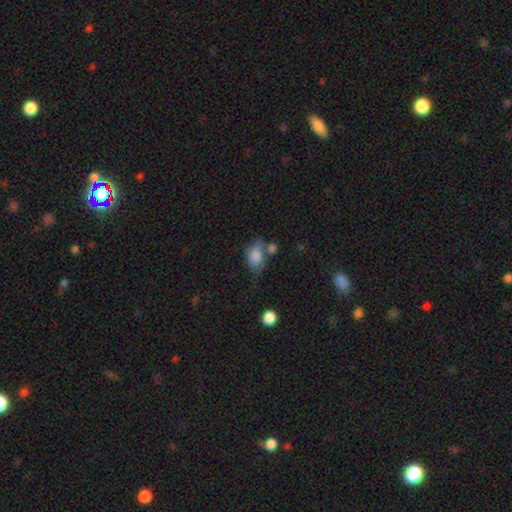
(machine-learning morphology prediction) type=smooth (82%); roundness=in between (81%); merging=none (44%).